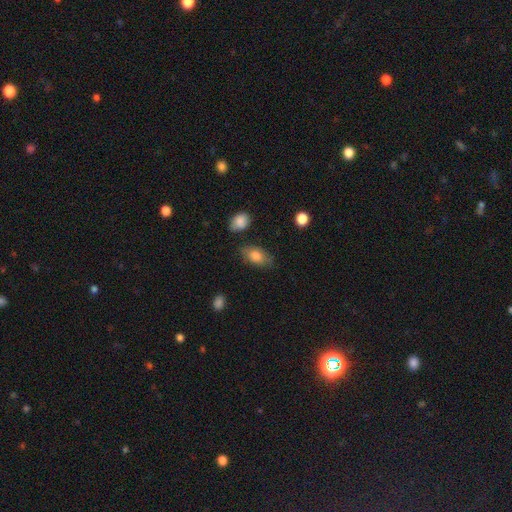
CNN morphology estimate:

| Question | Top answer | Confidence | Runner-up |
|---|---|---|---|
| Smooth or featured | smooth | 80% | featured or disk (13%) |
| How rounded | in between | 90% | round (7%) |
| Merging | none | 75% | minor disturbance (18%) |